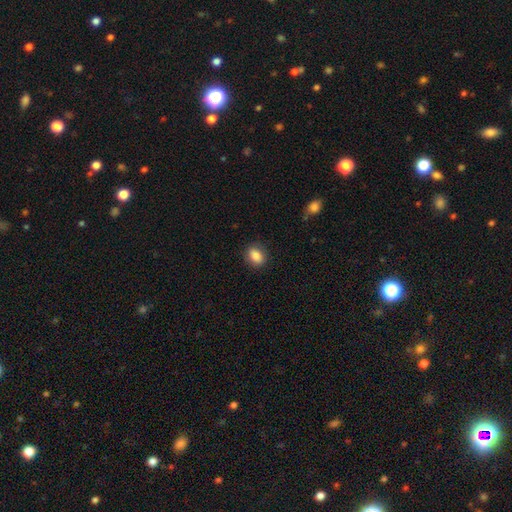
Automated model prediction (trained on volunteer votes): The model was most divided on "how rounded": in between: 59%, round: 40%, cigar-shaped: 1%. More confident: smooth or featured — smooth (87%); merging — none (86%).